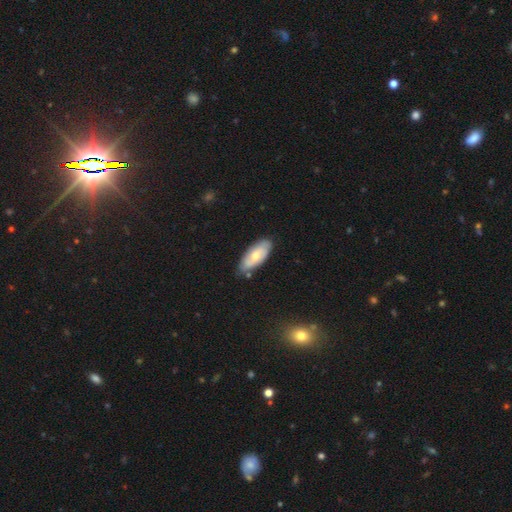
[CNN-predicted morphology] smooth-or-featured: smooth: 50% | featured or disk: 44% | star or artifact: 6%
  how-rounded: in between: 86% | cigar-shaped: 12% | round: 2%
  merging: none: 78% | minor disturbance: 16% | major disturbance: 3% | merger: 3%